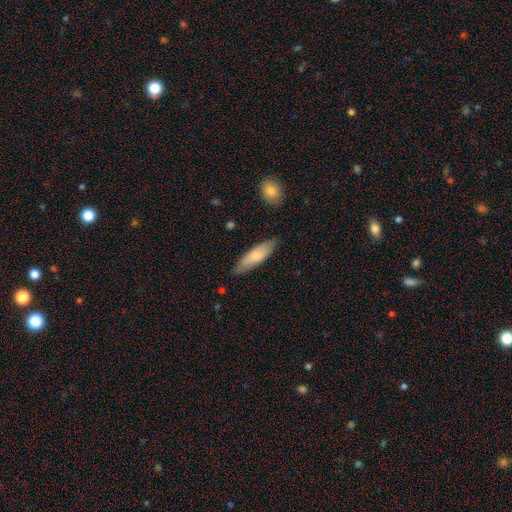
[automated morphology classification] A smooth galaxy with no disk features (74%) that is cigar-shaped (55%).

Vote fractions:
- Smooth or featured? smooth: 74% / featured or disk: 20% / star or artifact: 5%
- How rounded? cigar-shaped: 55% / in between: 43% / round: 2%
- Merging? none: 82% / minor disturbance: 14% / major disturbance: 2% / merger: 2%